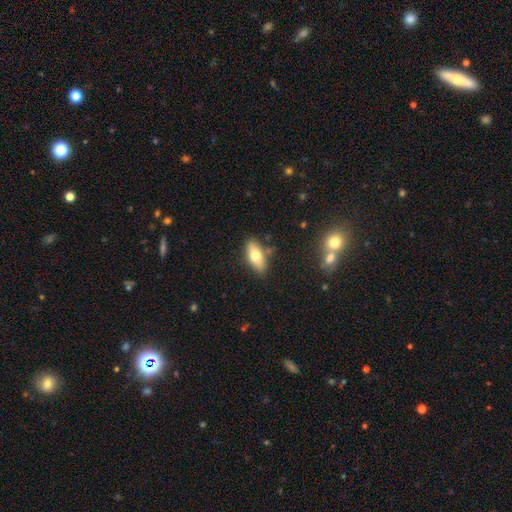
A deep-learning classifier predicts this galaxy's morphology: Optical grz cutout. It shows a smooth galaxy with no disk features (69%) that is in between round and cigar-shaped (82%). Merging: none (81%).